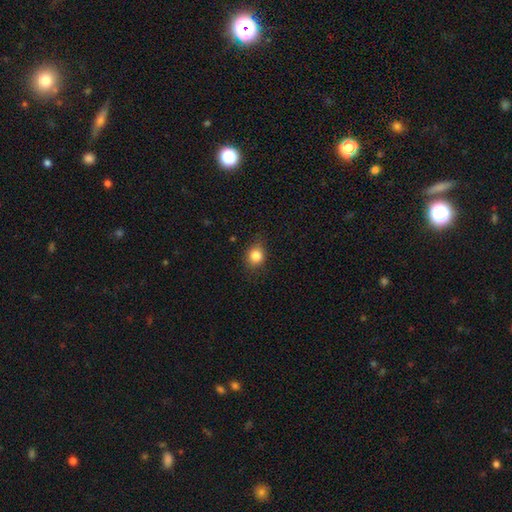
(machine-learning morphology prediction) A smooth galaxy with no disk features (83%) that is round (66%).

Vote fractions:
- Smooth or featured? smooth: 83% / star or artifact: 10% / featured or disk: 6%
- How rounded? round: 66% / in between: 33% / cigar-shaped: 1%
- Merging? none: 76% / minor disturbance: 19% / major disturbance: 4% / merger: 1%